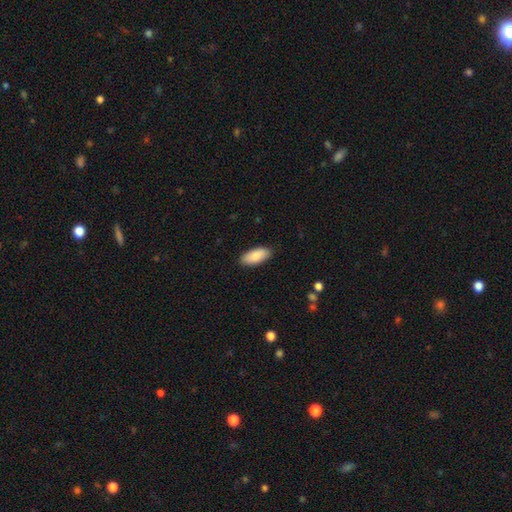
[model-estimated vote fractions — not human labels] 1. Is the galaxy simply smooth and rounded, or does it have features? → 87% smooth, 7% featured or disk, 6% star or artifact.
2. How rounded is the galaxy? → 89% in between, 10% cigar-shaped, 2% round.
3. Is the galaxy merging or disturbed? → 89% none, 9% minor disturbance, 2% major disturbance, 1% merger.